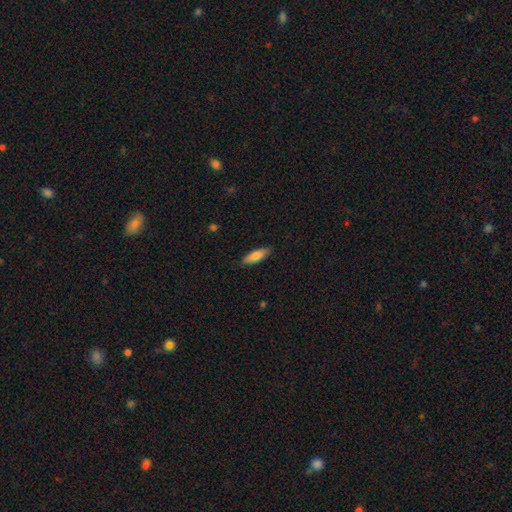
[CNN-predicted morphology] Smooth or featured?
  - smooth: 79% *
  - featured or disk: 15%
  - star or artifact: 6%
How rounded?
  - cigar-shaped: 53% *
  - in between: 46%
  - round: 2%
Merging?
  - none: 87% *
  - minor disturbance: 10%
  - major disturbance: 2%
  - merger: 1%